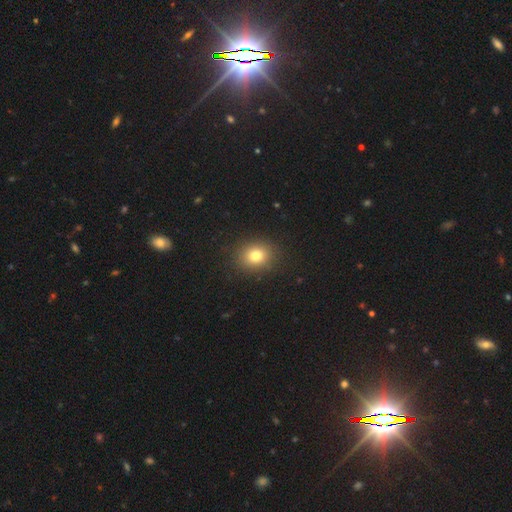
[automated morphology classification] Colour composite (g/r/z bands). It shows a smooth galaxy with no disk features (79%) that is round (67%). Merging: none (89%).